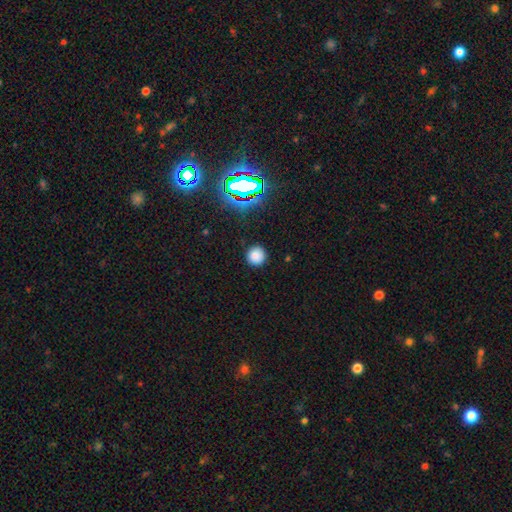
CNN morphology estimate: type=smooth (79%); roundness=round (94%); merging=none (90%).